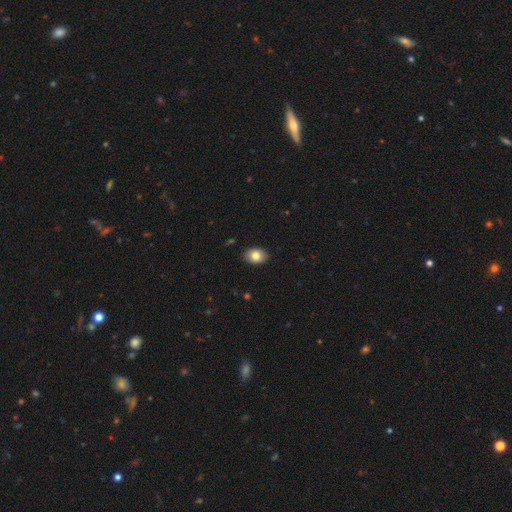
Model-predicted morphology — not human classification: Smooth or featured?
  - smooth: 82% *
  - featured or disk: 10%
  - star or artifact: 8%
How rounded?
  - in between: 74% *
  - round: 25%
  - cigar-shaped: 1%
Merging?
  - none: 89% *
  - minor disturbance: 9%
  - major disturbance: 2%
  - merger: 1%